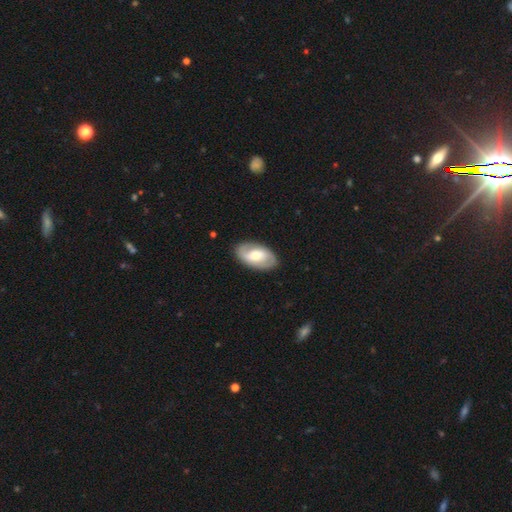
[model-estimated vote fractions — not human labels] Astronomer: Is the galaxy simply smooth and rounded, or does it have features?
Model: featured or disk — 63%.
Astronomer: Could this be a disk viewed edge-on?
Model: no — 94%.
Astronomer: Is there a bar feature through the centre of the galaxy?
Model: weak — 42% (runner-up: no, 40%).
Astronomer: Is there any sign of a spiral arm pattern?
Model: yes — 77%.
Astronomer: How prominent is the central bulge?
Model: moderate — 62%.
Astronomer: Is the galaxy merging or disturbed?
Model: none — 85%.